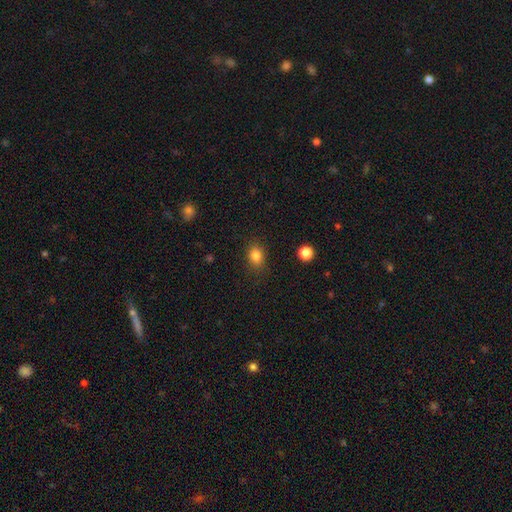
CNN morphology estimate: A smooth galaxy with no disk features (83%) that is in between round and cigar-shaped (59%).

Vote fractions:
- Smooth or featured? smooth: 83% / star or artifact: 11% / featured or disk: 6%
- How rounded? in between: 59% / round: 40% / cigar-shaped: 1%
- Merging? none: 84% / minor disturbance: 12% / major disturbance: 3% / merger: 1%